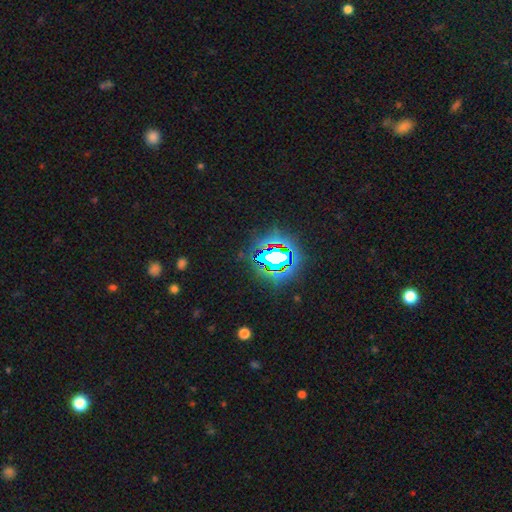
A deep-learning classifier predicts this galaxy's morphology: Smooth or featured? star or artifact (80%)